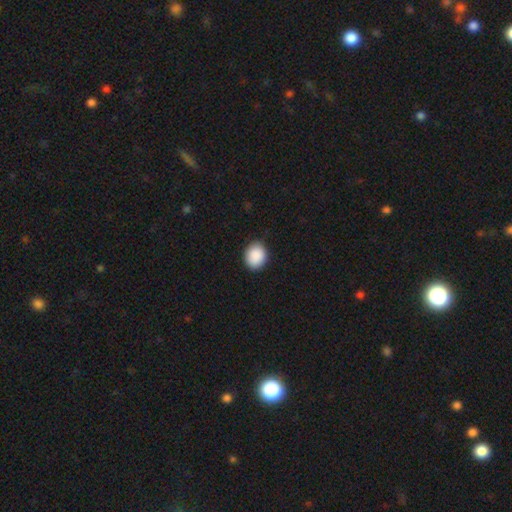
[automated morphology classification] Smooth or featured?
  - smooth: 90% *
  - star or artifact: 7%
  - featured or disk: 3%
How rounded?
  - round: 63% *
  - in between: 36%
  - cigar-shaped: 1%
Merging?
  - none: 87% *
  - minor disturbance: 10%
  - major disturbance: 2%
  - merger: 1%